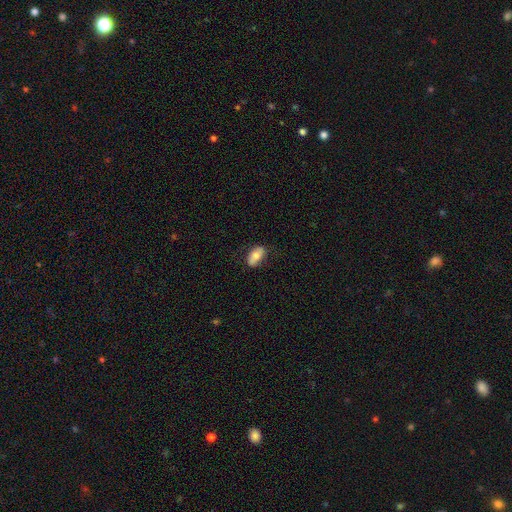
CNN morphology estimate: smooth 70%, featured or disk 23%, star or artifact 7%. Down the decision tree: how rounded — in between (91%); merging — none (72%).